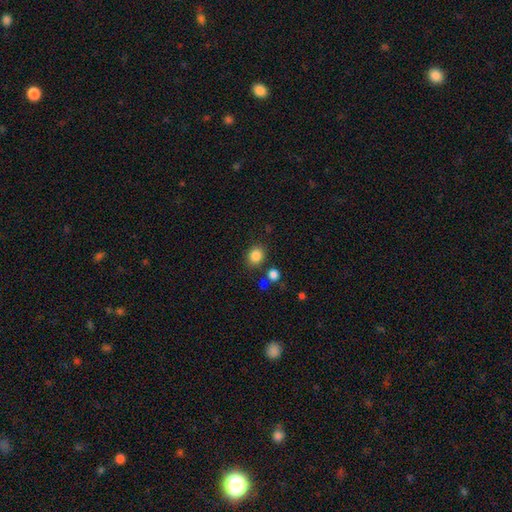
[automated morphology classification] smooth 85%, star or artifact 10%, featured or disk 5%. Down the decision tree: how rounded — round (67%); merging — none (81%).